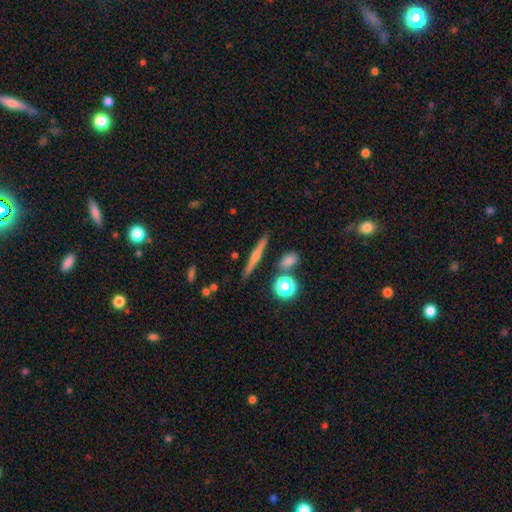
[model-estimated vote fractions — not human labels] This appears to be a featured or disk galaxy (65%) viewed edge-on (97%) with a rounded central bulge (86%). Merging: none (87%).